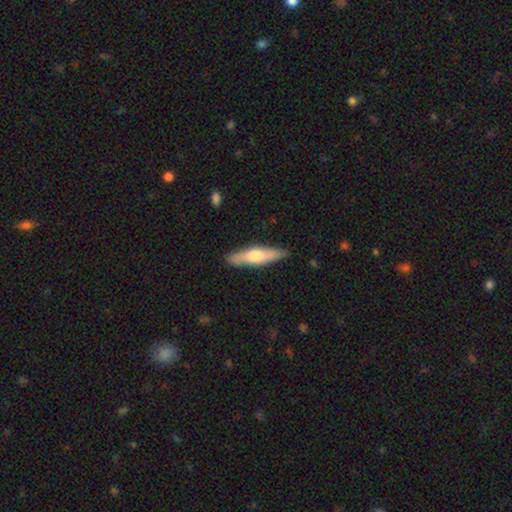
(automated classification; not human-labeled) smooth-or-featured: smooth: 54% | featured or disk: 41% | star or artifact: 5%
  how-rounded: cigar-shaped: 77% | in between: 21% | round: 2%
  merging: none: 87% | minor disturbance: 10% | major disturbance: 2% | merger: 1%